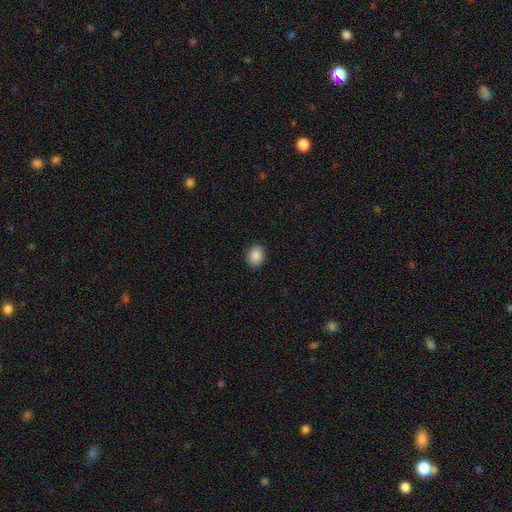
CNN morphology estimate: smooth 88%, star or artifact 8%, featured or disk 3%. Down the decision tree: how rounded — round (52%); merging — none (89%).